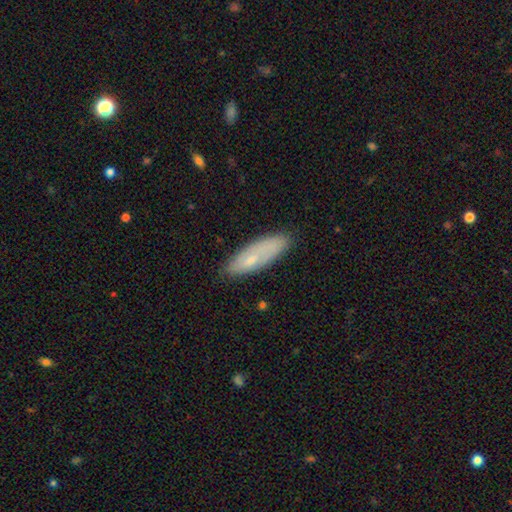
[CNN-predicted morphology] Smooth or featured? Predicted: smooth (p=0.66). How rounded? Predicted: in between (p=0.52). Merging? Predicted: none (p=0.80).